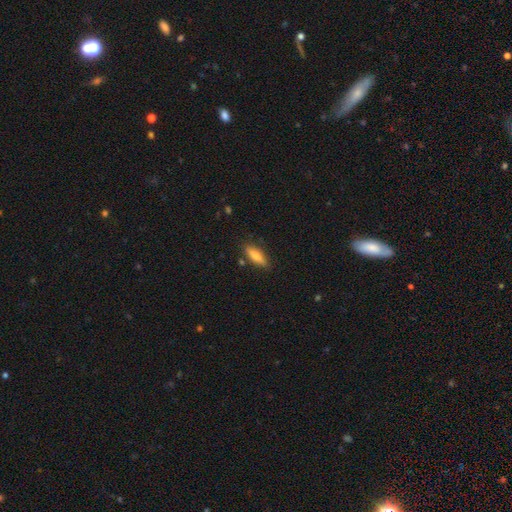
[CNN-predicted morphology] smooth_or_featured: smooth (p=0.77) [alt: featured or disk p=0.16]
how_rounded: cigar-shaped (p=0.51) [alt: in between p=0.47]
merging: none (p=0.83) [alt: minor disturbance p=0.12]